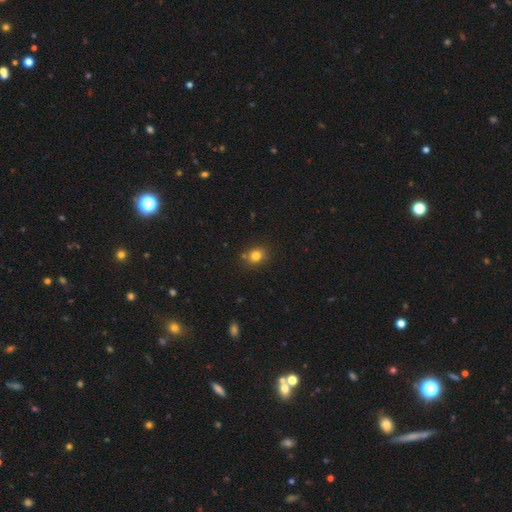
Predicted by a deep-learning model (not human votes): A smooth galaxy with no disk features (81%) that is round (68%).

Vote fractions:
- Smooth or featured? smooth: 81% / star or artifact: 12% / featured or disk: 7%
- How rounded? round: 68% / in between: 31% / cigar-shaped: 1%
- Merging? none: 77% / minor disturbance: 13% / merger: 6% / major disturbance: 3%